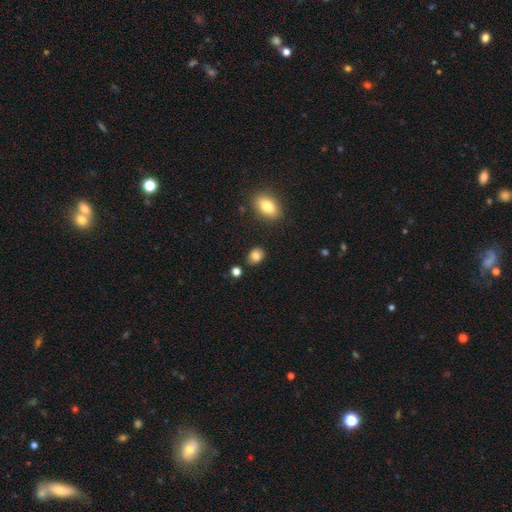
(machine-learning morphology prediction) Overall: smooth (83%). How rounded: in between (60%; round 39%). Merging: none (79%).